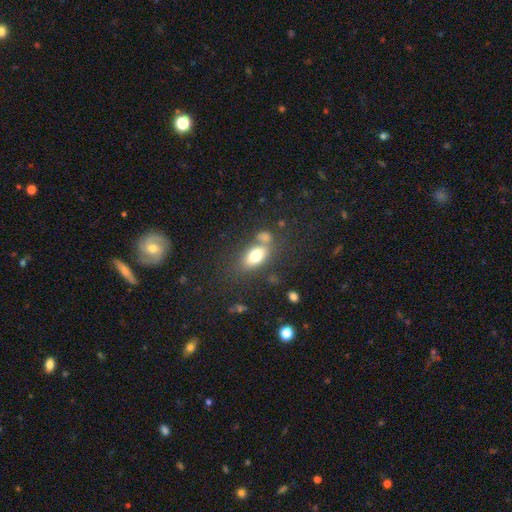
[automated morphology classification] This appears to be a smooth galaxy with no disk features (74%) that is in between round and cigar-shaped (85%). Merging: none (55%).